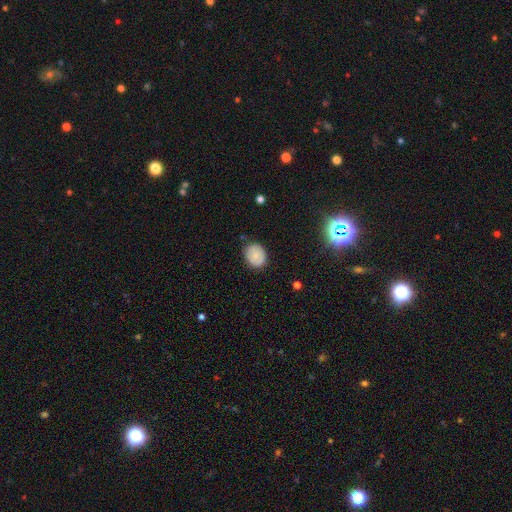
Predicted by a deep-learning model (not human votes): Smooth or featured: smooth — 73% (featured or disk — 19%)
How rounded: in between — 51% (round — 48%)
Merging: none — 79% (minor disturbance — 16%)